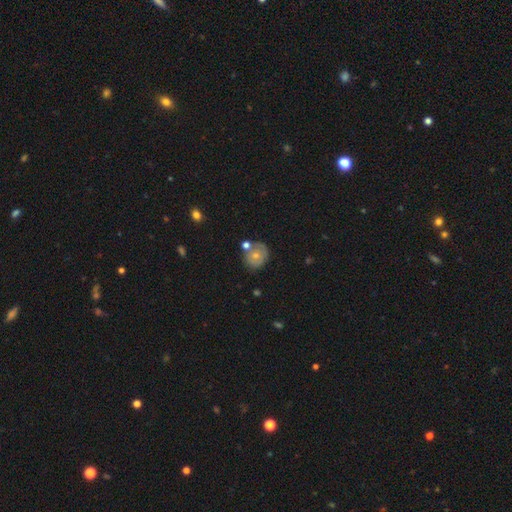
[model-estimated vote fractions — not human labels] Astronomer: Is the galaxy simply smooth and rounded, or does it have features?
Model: smooth — 61%.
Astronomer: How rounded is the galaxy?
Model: round — 75%.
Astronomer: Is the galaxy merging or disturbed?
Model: none — 58%.